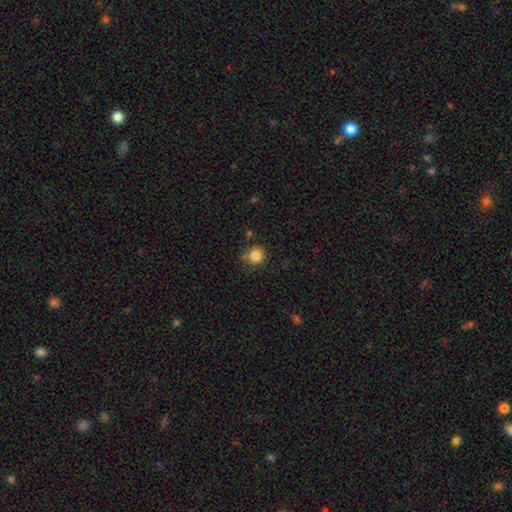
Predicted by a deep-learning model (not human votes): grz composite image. It shows a smooth galaxy with no disk features (83%) that is round (90%). Merging: none (78%).